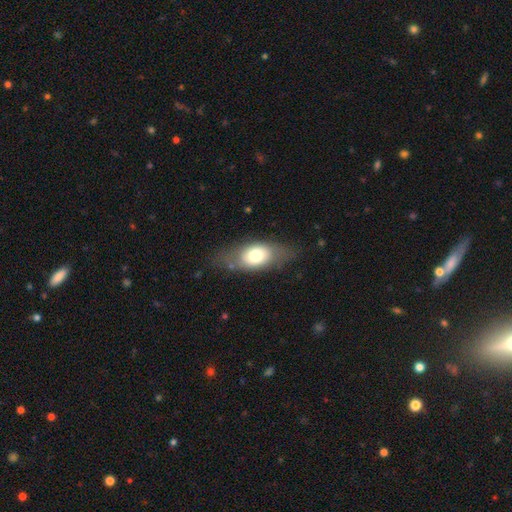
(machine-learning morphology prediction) type=smooth (64%); roundness=in between (82%); merging=none (68%).